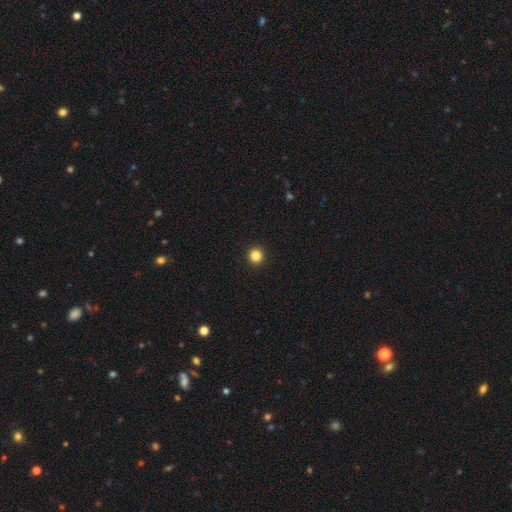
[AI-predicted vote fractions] smooth_or_featured: smooth (p=0.85) [alt: star or artifact p=0.11]
how_rounded: round (p=0.95) [alt: in between p=0.04]
merging: none (p=0.94) [alt: minor disturbance p=0.04]